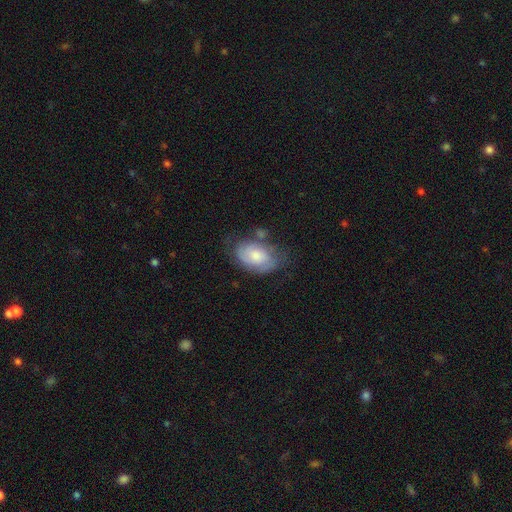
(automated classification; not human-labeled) Smooth or featured? Predicted: smooth (p=0.57). How rounded? Predicted: in between (p=0.89). Merging? Predicted: none (p=0.52).